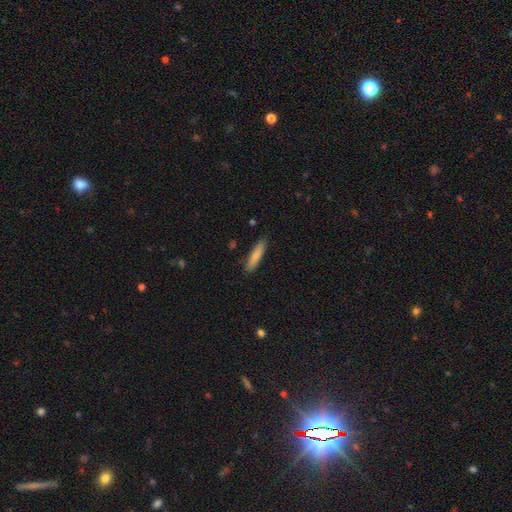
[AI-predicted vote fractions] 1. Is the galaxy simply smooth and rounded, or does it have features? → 77% smooth, 17% featured or disk, 6% star or artifact.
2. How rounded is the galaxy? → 80% cigar-shaped, 18% in between, 1% round.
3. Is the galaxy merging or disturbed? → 84% none, 12% minor disturbance, 2% major disturbance, 2% merger.